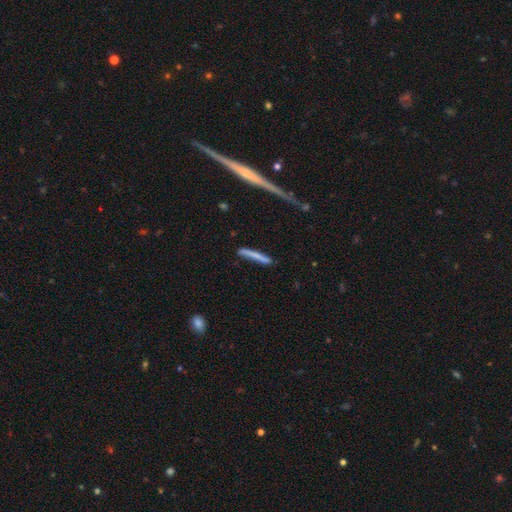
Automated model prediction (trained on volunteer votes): This is likely a smooth galaxy (64%). How rounded: clearly cigar-shaped (93%). Merging: likely none (72%).